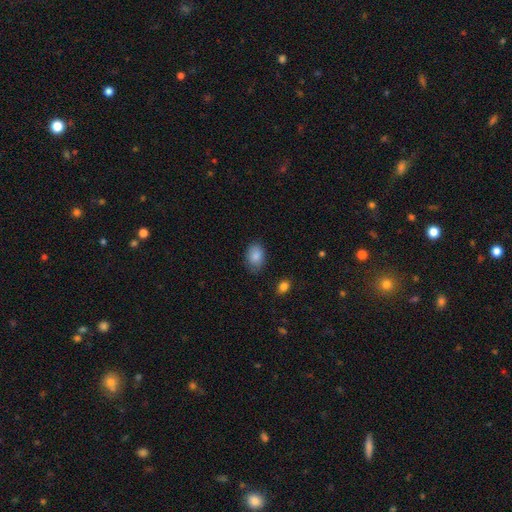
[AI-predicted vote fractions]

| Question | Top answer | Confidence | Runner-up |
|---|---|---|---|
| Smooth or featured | smooth | 86% | star or artifact (8%) |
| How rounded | in between | 81% | round (18%) |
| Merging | none | 77% | minor disturbance (18%) |